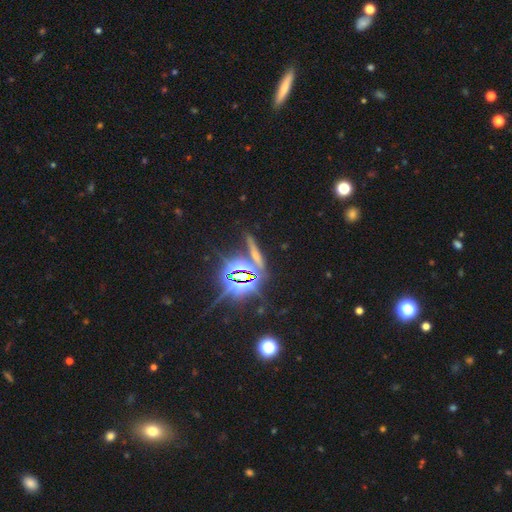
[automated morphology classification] The model was most divided on "smooth or featured": star or artifact: 51%, smooth: 29%, featured or disk: 20%.